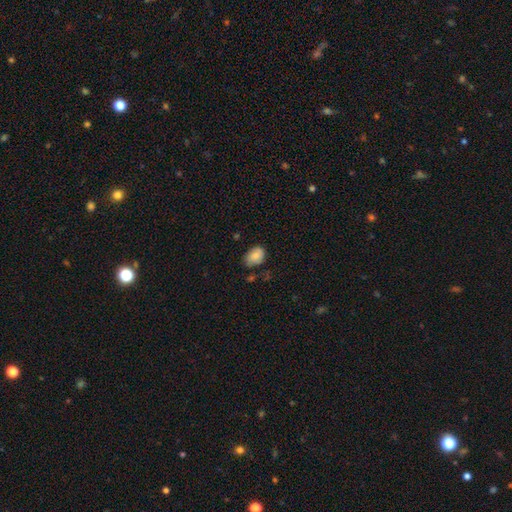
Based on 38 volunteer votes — A smooth galaxy with no disk features (89%) that is in between round and cigar-shaped (82%).

Vote fractions:
- Smooth or featured? smooth: 89% / featured or disk: 11% / star or artifact: 0%
- How rounded? in between: 82% / round: 18% / cigar-shaped: 0%
- Merging? none: 61% / minor disturbance: 32% / major disturbance: 8% / merger: 0%